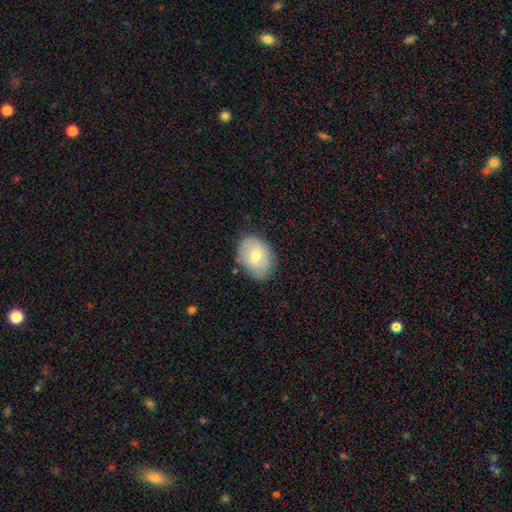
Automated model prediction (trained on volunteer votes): smooth_or_featured: smooth (p=0.65) [alt: featured or disk p=0.28]
how_rounded: in between (p=0.77) [alt: round p=0.22]
merging: none (p=0.75) [alt: minor disturbance p=0.19]